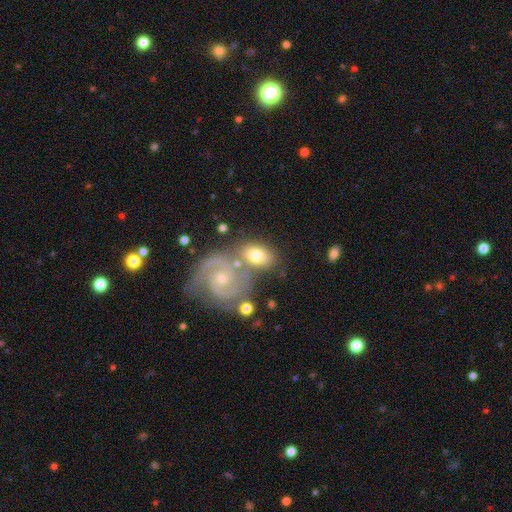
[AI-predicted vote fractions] This is possibly a featured or disk galaxy (52%). It is clearly not viewed edge-on (95%). Merging: possibly none (52%).